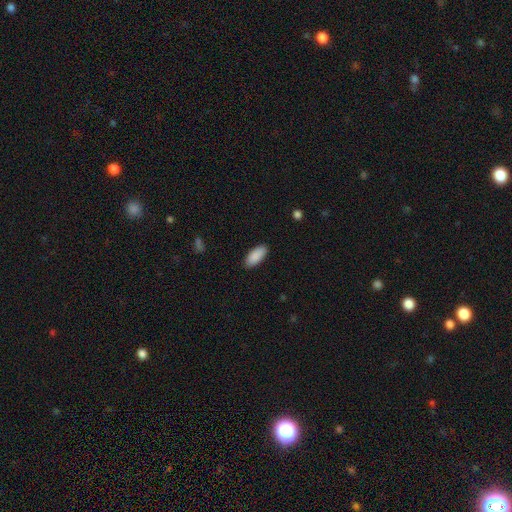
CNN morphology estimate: smooth-or-featured: smooth: 90% | star or artifact: 6% | featured or disk: 4%
  how-rounded: in between: 87% | cigar-shaped: 12% | round: 2%
  merging: none: 88% | minor disturbance: 9% | major disturbance: 2% | merger: 1%